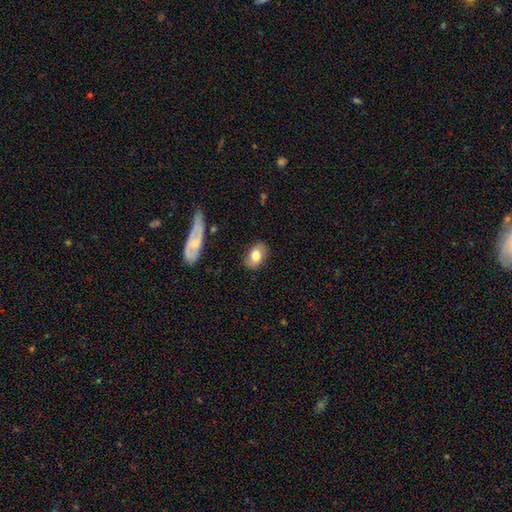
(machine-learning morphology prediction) Q: Smooth or featured?
A: smooth (75%); runner-up: featured or disk (18%)
Q: How rounded?
A: in between (83%); runner-up: round (16%)
Q: Merging?
A: none (84%); runner-up: minor disturbance (12%)